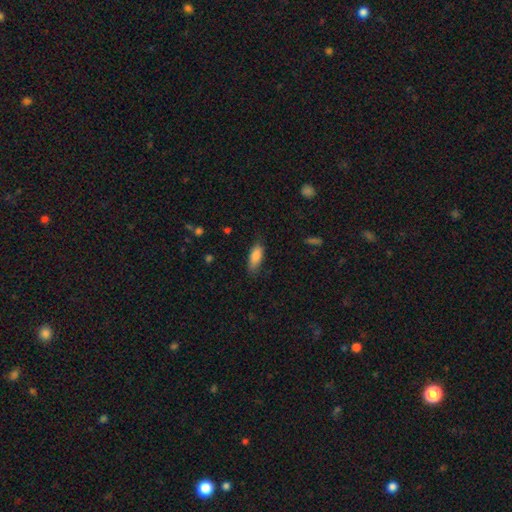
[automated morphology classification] Q: Smooth or featured?
A: smooth (85%); runner-up: featured or disk (8%)
Q: How rounded?
A: in between (77%); runner-up: cigar-shaped (21%)
Q: Merging?
A: none (76%); runner-up: minor disturbance (19%)